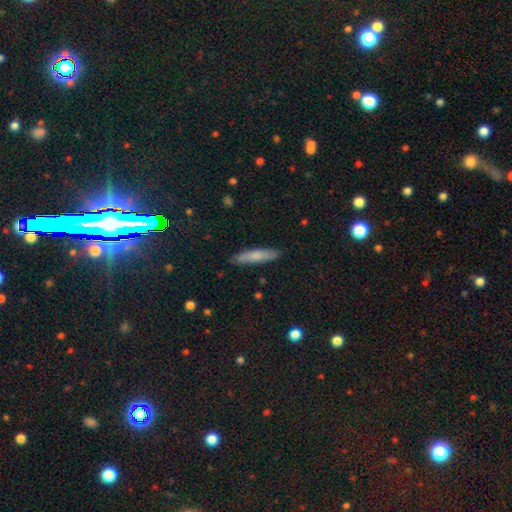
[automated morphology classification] This appears to be a smooth galaxy with no disk features (74%) that is cigar-shaped (86%). Merging: none (86%).